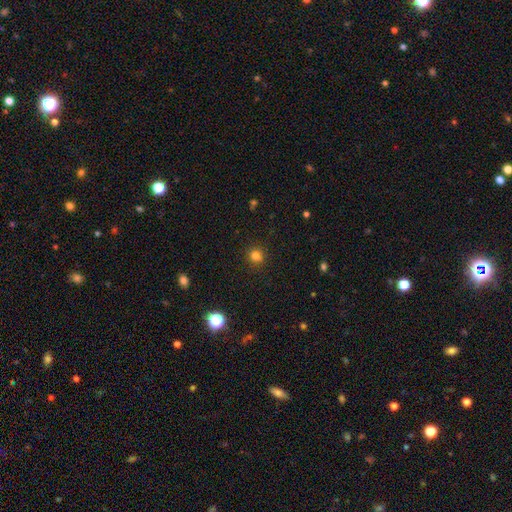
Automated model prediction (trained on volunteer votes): Overall: smooth (80%). How rounded: round (87%). Merging: none (89%).